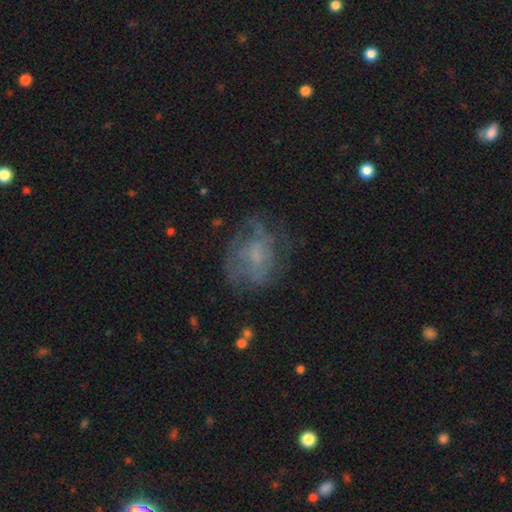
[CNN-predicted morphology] smooth-or-featured: featured or disk: 54% | smooth: 32% | star or artifact: 14%
  disk-edge-on: no: 97% | yes: 3%
    bar: no: 68% | weak: 28% | strong: 4%
    has-spiral-arms: yes: 55% | no: 45%
    bulge-size: small: 45% | none: 30% | moderate: 21% | large: 3% | dominant: 1%
  merging: none: 59% | minor disturbance: 21% | major disturbance: 19% | merger: 2%